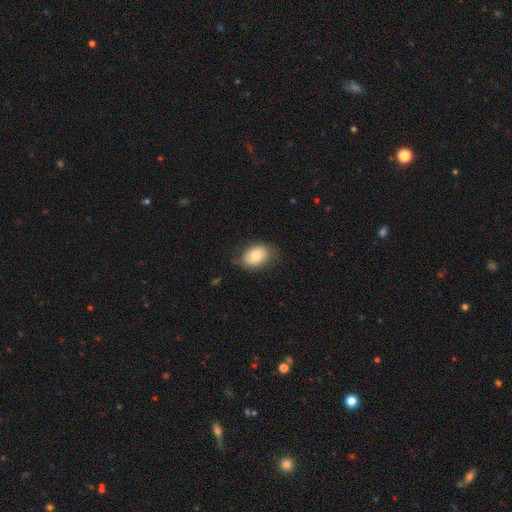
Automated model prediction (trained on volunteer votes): Smooth or featured? Predicted: smooth (p=0.71). How rounded? Predicted: in between (p=0.73). Merging? Predicted: none (p=0.73).